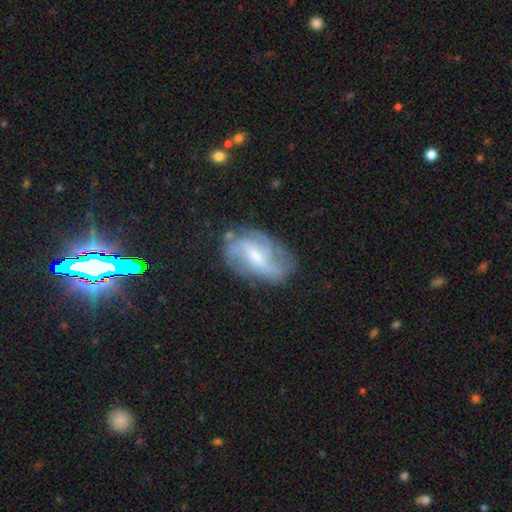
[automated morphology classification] The model was most divided on "bulge size": small: 45%, moderate: 42%, none: 7%, large: 4%, dominant: 1%. Remaining: edge-on disk — no (96%); spiral arms — yes (91%); smooth or featured — featured or disk (77%); merging — none (63%); bar — weak (52%); spiral winding — medium (42%); spiral arm count — 2 (33%).